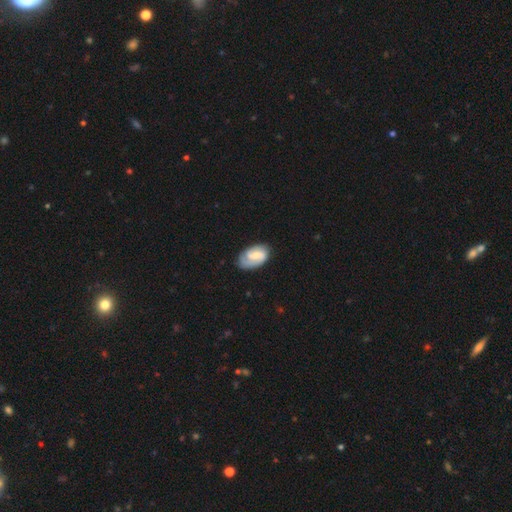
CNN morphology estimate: featured or disk 60%, smooth 34%, star or artifact 6%. Down the decision tree: edge-on disk — no (96%); bar — weak (52%); spiral arms — yes (88%); spiral arm count — 2 (57%); spiral winding — tight (40%); bulge size — small (40%, tied with moderate); merging — none (69%).